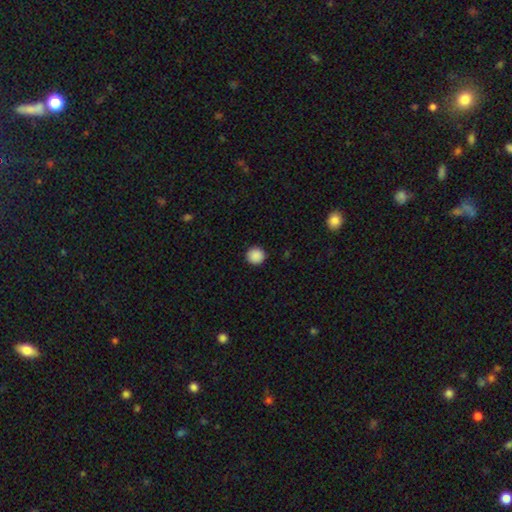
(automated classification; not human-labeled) This is clearly a smooth galaxy (89%). How rounded: clearly round (93%). Merging: clearly none (92%).